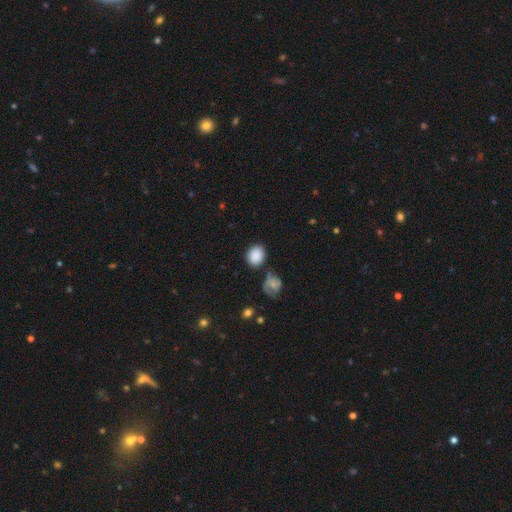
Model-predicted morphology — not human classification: smooth-or-featured: smooth: 86% | star or artifact: 8% | featured or disk: 6%
  how-rounded: round: 61% | in between: 37% | cigar-shaped: 1%
  merging: none: 76% | minor disturbance: 13% | merger: 7% | major disturbance: 4%